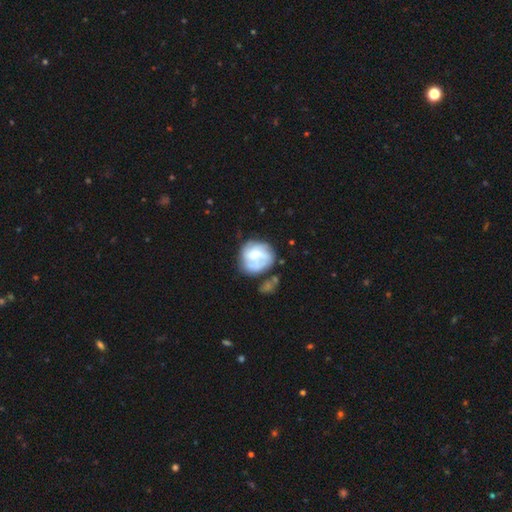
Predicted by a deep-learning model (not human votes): This is possibly a featured or disk galaxy (50%). Merging: possibly none (48%).